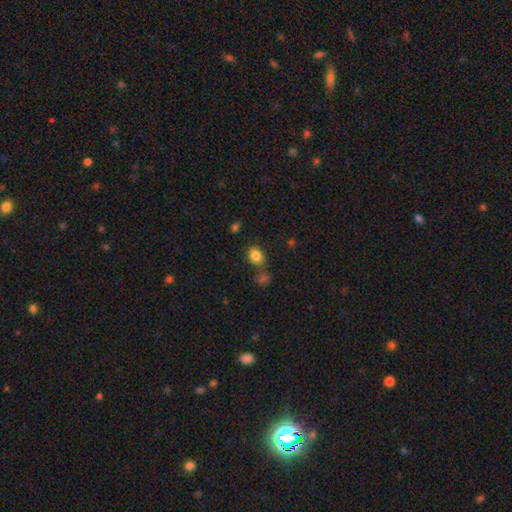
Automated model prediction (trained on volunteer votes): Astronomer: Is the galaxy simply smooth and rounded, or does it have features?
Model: smooth — 83%.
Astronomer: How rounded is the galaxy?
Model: in between — 61% (runner-up: round, 37%).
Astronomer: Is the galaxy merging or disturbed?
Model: none — 69%.